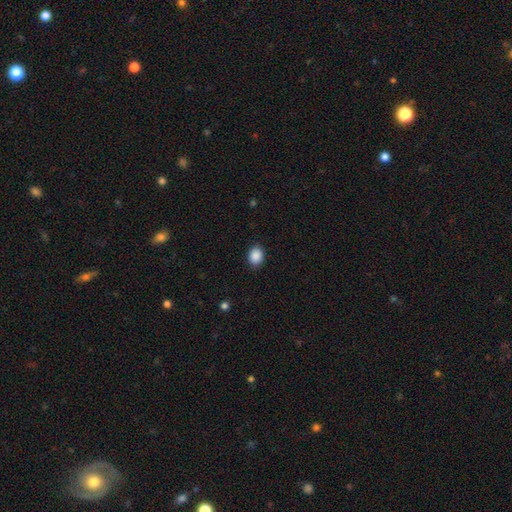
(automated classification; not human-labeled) Smooth or featured? smooth (89%)
How rounded? in between (50%)
Merging? none (89%)